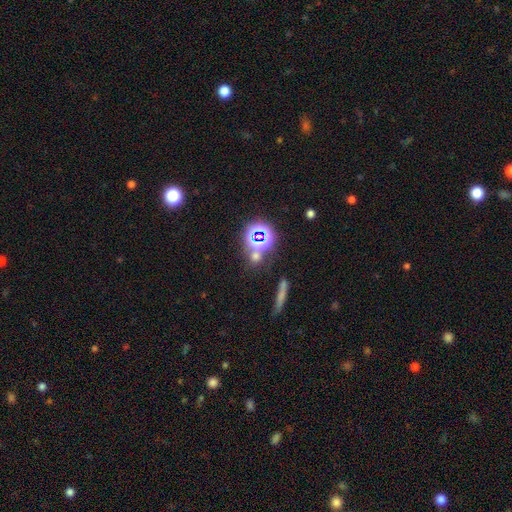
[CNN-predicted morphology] Smooth or featured: star or artifact — 47% (smooth — 42%)